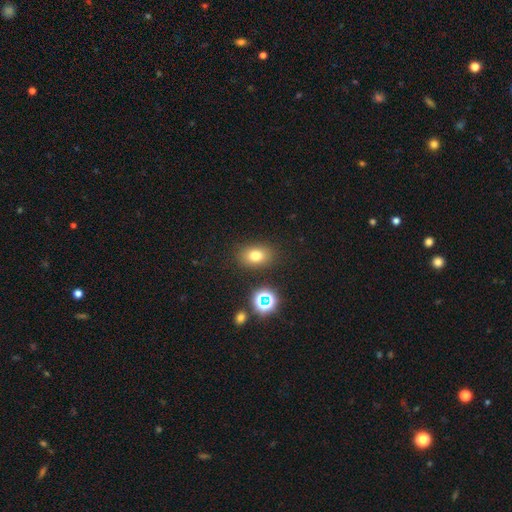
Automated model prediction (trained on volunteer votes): Morphology: type=smooth (74%); roundness=in between (72%); merging=none (84%).